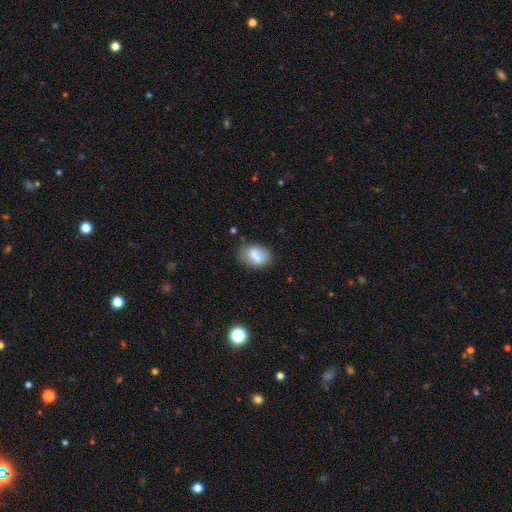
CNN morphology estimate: A smooth galaxy with no disk features (77%) that is in between round and cigar-shaped (78%).

Vote fractions:
- Smooth or featured? smooth: 77% / featured or disk: 15% / star or artifact: 9%
- How rounded? in between: 78% / round: 20% / cigar-shaped: 2%
- Merging? none: 64% / minor disturbance: 24% / major disturbance: 7% / merger: 5%